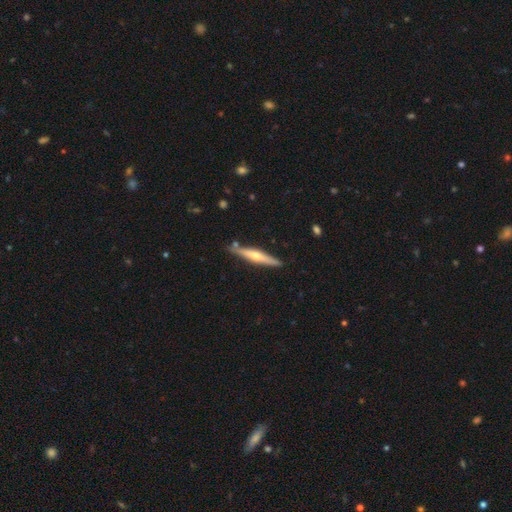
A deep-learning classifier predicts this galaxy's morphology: Overall: featured or disk (57%; smooth 38%). Edge-on disk: yes (96%). Edge-on bulge: rounded (84%). Merging: none (83%).